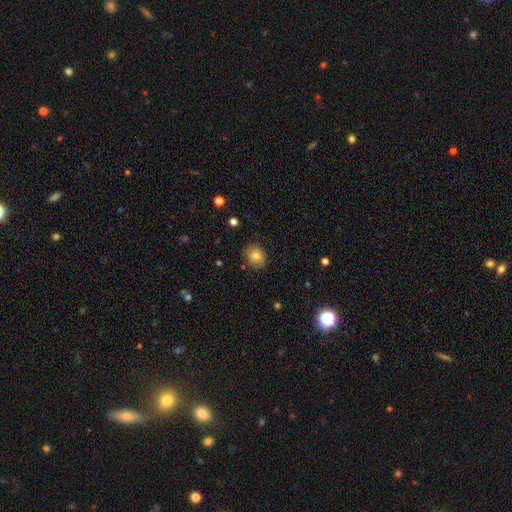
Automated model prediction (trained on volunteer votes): Smooth or featured: smooth — 78% (featured or disk — 11%)
How rounded: round — 79% (in between — 20%)
Merging: none — 85% (minor disturbance — 11%)